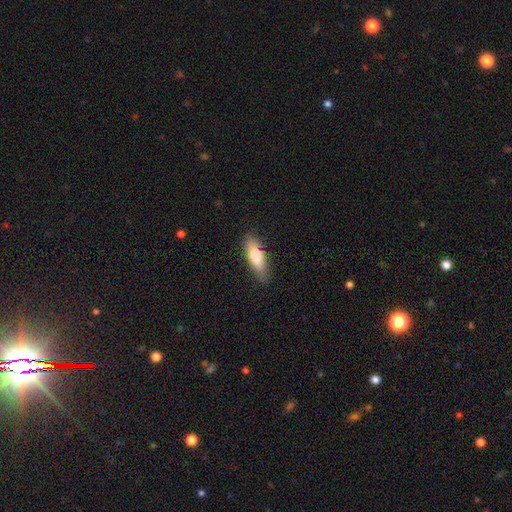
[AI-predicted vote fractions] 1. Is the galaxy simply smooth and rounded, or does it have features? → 73% smooth, 21% featured or disk, 6% star or artifact.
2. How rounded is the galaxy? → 58% in between, 40% cigar-shaped, 2% round.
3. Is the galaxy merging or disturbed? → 82% none, 14% minor disturbance, 3% major disturbance, 1% merger.